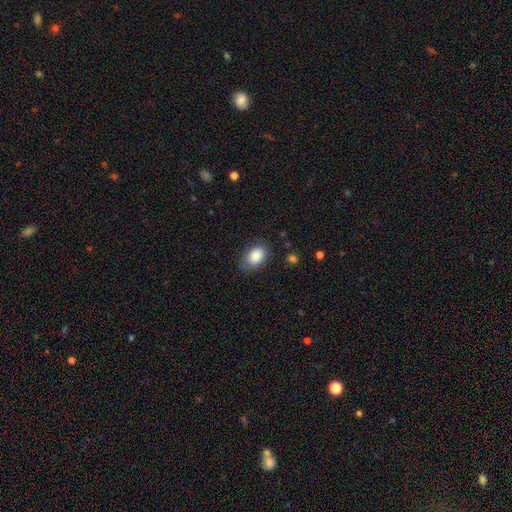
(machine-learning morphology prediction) This appears to be a smooth galaxy with no disk features (86%) that is in between round and cigar-shaped (80%). Merging: none (76%).